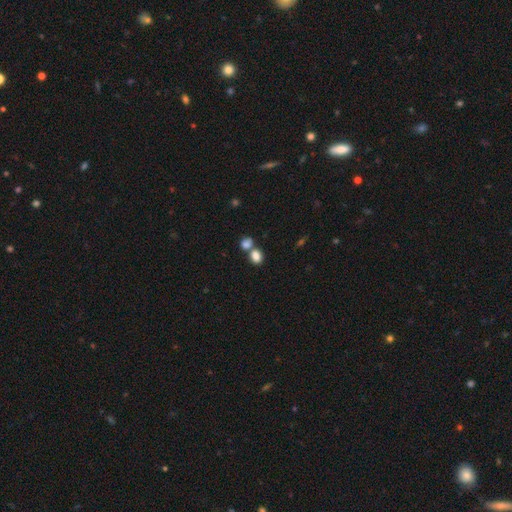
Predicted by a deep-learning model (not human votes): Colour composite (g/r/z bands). It shows a smooth galaxy with no disk features (84%) that is in between round and cigar-shaped (59%). Merging: merger (47%).